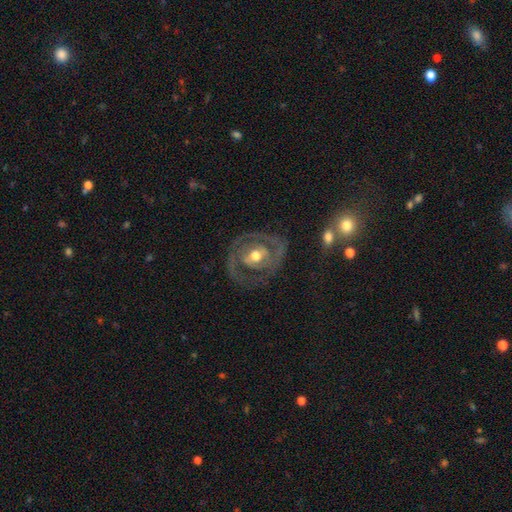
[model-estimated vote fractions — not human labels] Smooth or featured: featured or disk — 80% (smooth — 15%)
Edge-on disk: no — 96% (yes — 4%)
Bar: no — 50% (weak — 35%)
Spiral arms: yes — 70% (no — 30%)
Spiral winding: tight — 51% (medium — 35%)
Spiral arm count: 2 — 58% (can't tell — 19%)
Bulge size: moderate — 76% (small — 12%)
Merging: none — 68% (minor disturbance — 17%)